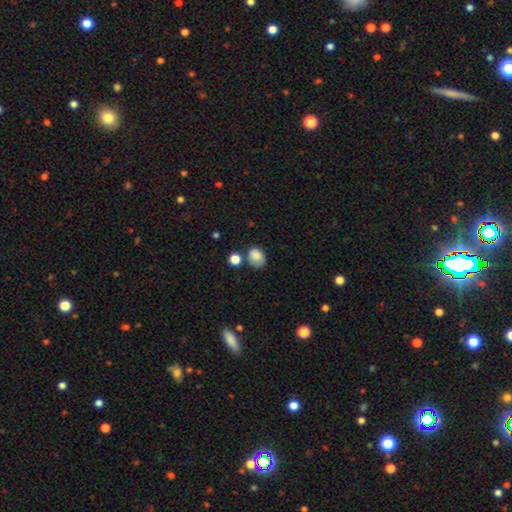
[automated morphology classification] Smooth or featured: smooth — 85% (star or artifact — 9%)
How rounded: in between — 64% (round — 35%)
Merging: none — 62% (minor disturbance — 21%)